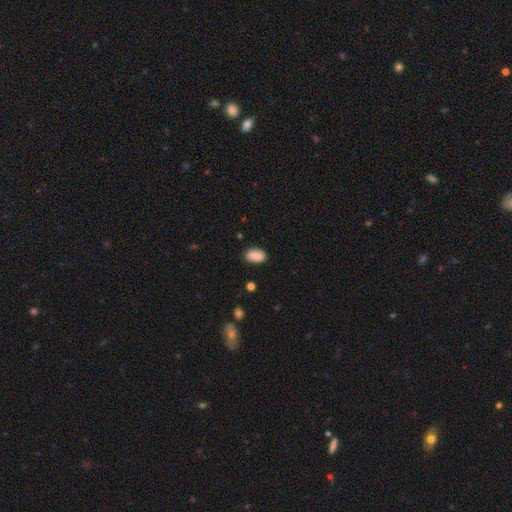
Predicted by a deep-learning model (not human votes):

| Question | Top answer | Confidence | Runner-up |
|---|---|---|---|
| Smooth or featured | smooth | 73% | featured or disk (18%) |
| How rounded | in between | 89% | round (9%) |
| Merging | none | 72% | minor disturbance (20%) |